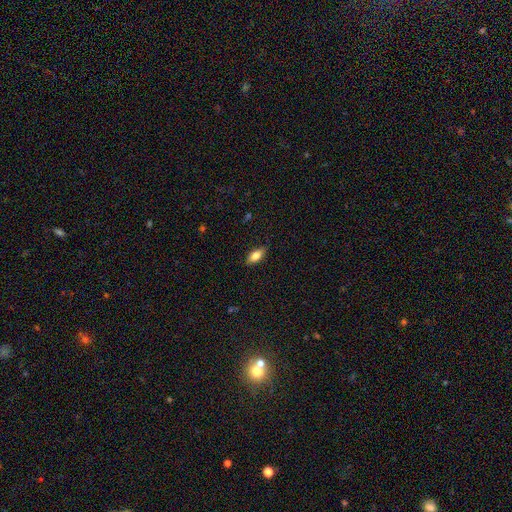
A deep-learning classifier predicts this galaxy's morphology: The model was most divided on "smooth or featured": smooth: 80%, featured or disk: 13%, star or artifact: 7%. More confident: how rounded — in between (84%); merging — none (83%).